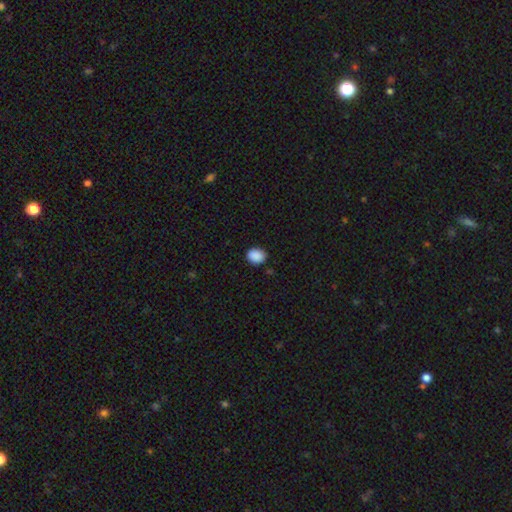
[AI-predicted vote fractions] A smooth galaxy with no disk features (89%) that is in between round and cigar-shaped (56%). Merging: none (86%).